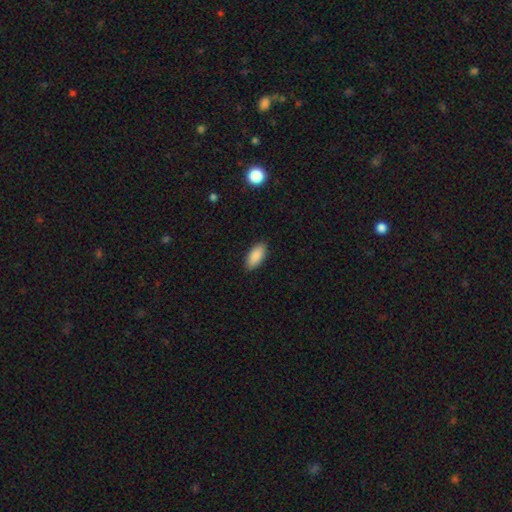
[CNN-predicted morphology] smooth 89%, star or artifact 6%, featured or disk 4%. Down the decision tree: how rounded — in between (91%); merging — none (88%).